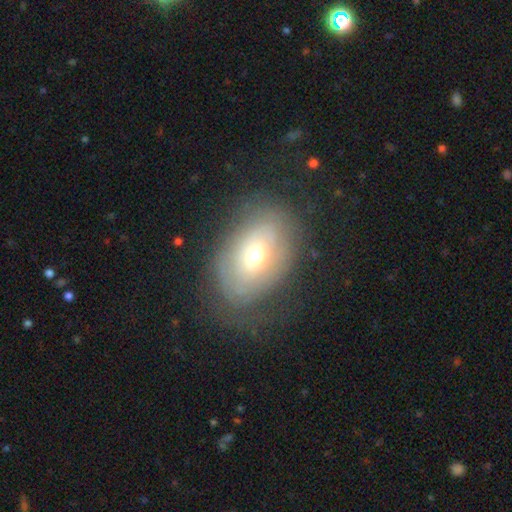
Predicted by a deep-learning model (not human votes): The model was most divided on "smooth or featured": featured or disk: 50%, smooth: 41%, star or artifact: 8%. More confident: edge-on disk — no (92%); merging — none (69%).